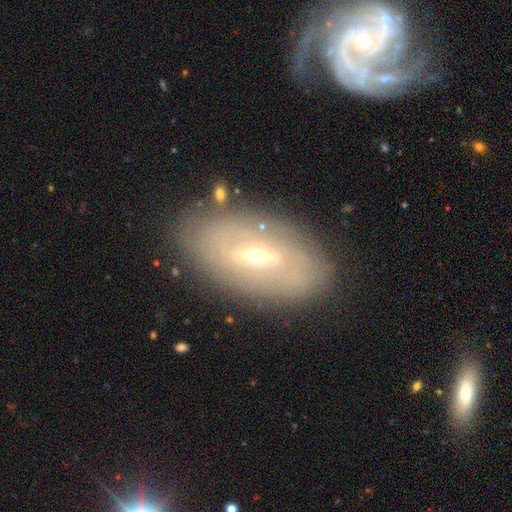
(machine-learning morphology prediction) Overall: featured or disk (70%). Edge-on disk: no (86%). Bar: weak (45%; strong 31%). Spiral arms: yes (58%; no 42%). Bulge size: small (63%; moderate 34%). Merging: none (80%).